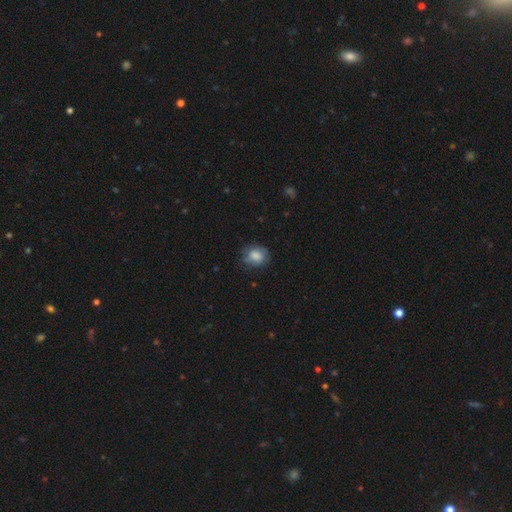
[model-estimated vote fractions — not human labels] smooth-or-featured: smooth: 81% | featured or disk: 11% | star or artifact: 8%
  how-rounded: round: 58% | in between: 41% | cigar-shaped: 1%
  merging: none: 70% | minor disturbance: 22% | major disturbance: 7% | merger: 1%